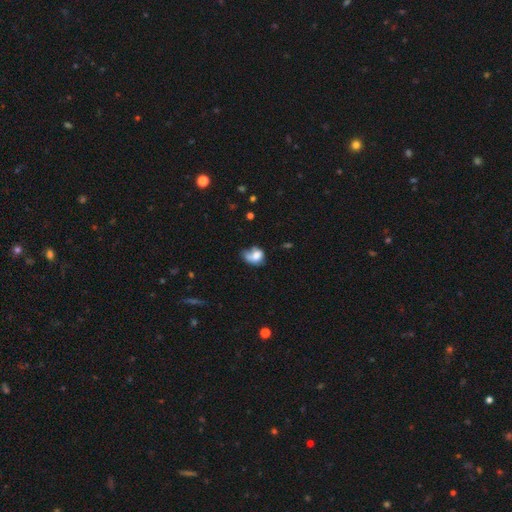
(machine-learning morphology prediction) smooth 67%, featured or disk 22%, star or artifact 10%. Down the decision tree: how rounded — in between (64%); merging — minor disturbance (30%).